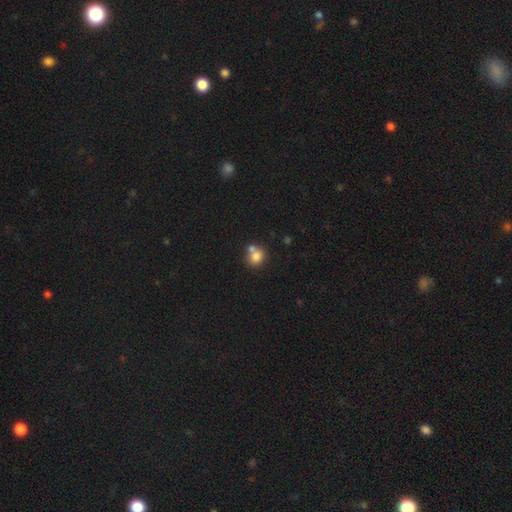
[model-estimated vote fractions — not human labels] This is likely a smooth galaxy (79%). How rounded: likely round (73%). Merging: possibly none (46%).